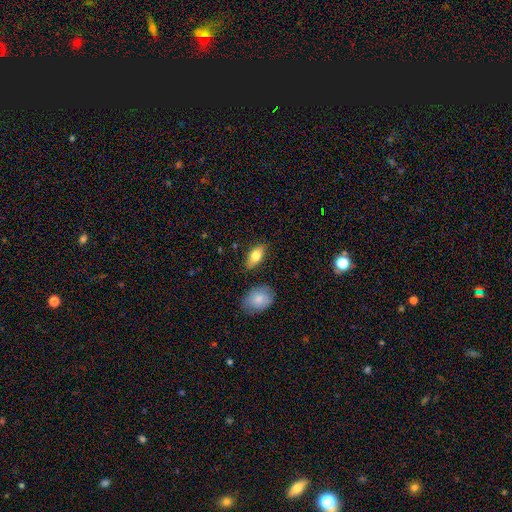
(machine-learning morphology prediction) Smooth or featured: smooth — 76% (featured or disk — 17%)
How rounded: in between — 86% (cigar-shaped — 9%)
Merging: none — 83% (minor disturbance — 12%)